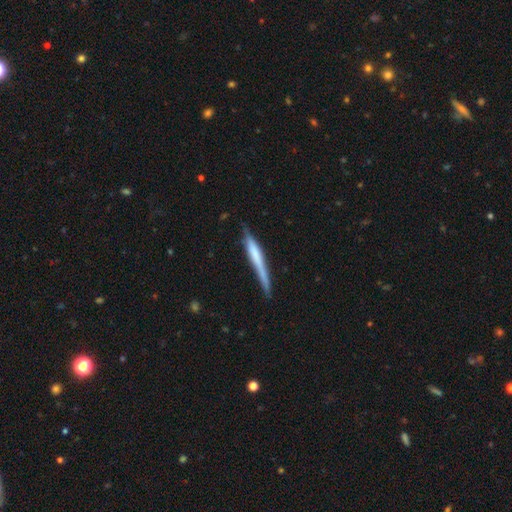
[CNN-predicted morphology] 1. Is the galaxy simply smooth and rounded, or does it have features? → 49% smooth, 45% featured or disk, 6% star or artifact.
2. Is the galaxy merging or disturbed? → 71% none, 22% minor disturbance, 5% major disturbance, 3% merger.